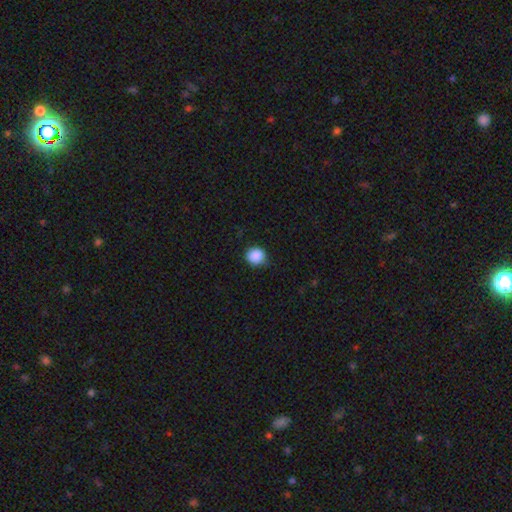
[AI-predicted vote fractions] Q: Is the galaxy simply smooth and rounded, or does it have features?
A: smooth — 88%.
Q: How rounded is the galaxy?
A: round — 87%.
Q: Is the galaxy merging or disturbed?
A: none — 80%.